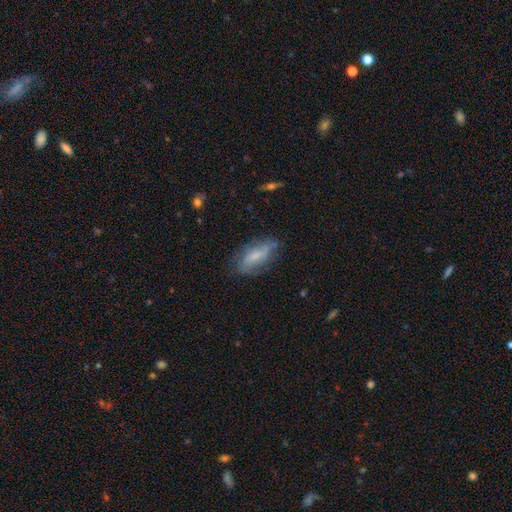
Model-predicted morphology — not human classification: smooth_or_featured: smooth (p=0.47) [alt: featured or disk p=0.45]
merging: none (p=0.64) [alt: minor disturbance p=0.25]